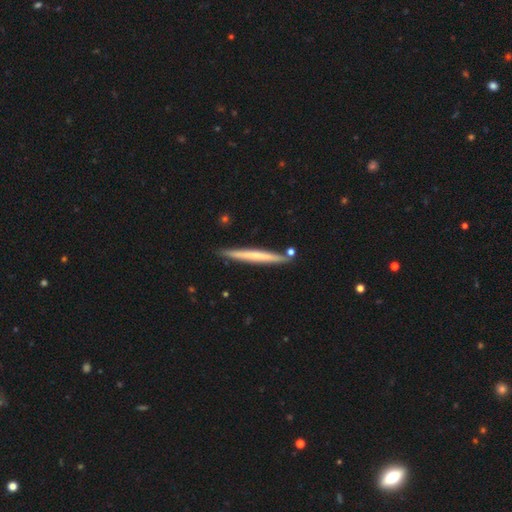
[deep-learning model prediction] Smooth or featured: smooth — 50% (featured or disk — 45%)
Merging: none — 87% (minor disturbance — 8%)